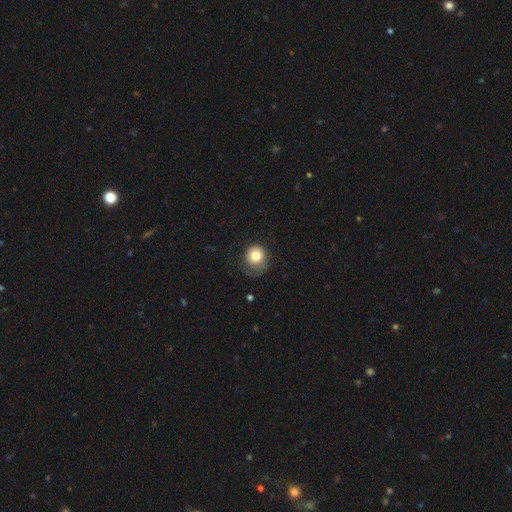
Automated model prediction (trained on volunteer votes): This is likely a smooth galaxy (79%). How rounded: clearly round (84%). Merging: possibly none (52%).